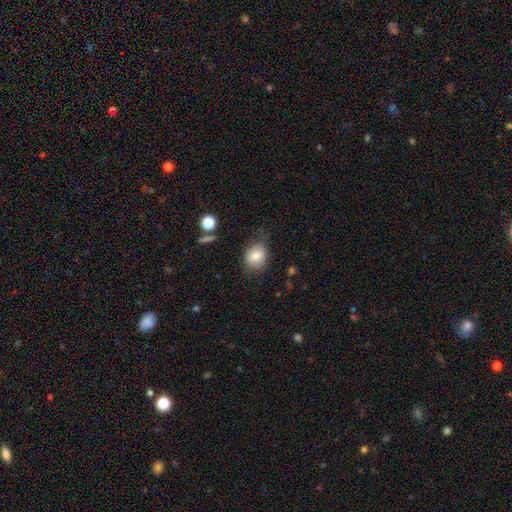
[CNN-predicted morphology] Smooth or featured?
  - smooth: 75% *
  - featured or disk: 15%
  - star or artifact: 9%
How rounded?
  - round: 54% *
  - in between: 45%
  - cigar-shaped: 1%
Merging?
  - none: 66% *
  - minor disturbance: 23%
  - major disturbance: 9%
  - merger: 2%